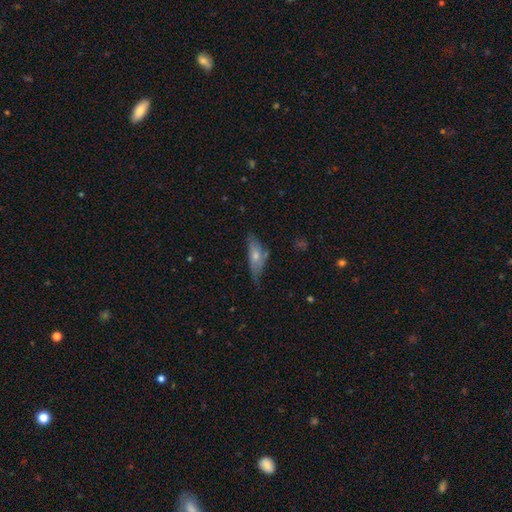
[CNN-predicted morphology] Smooth or featured? smooth (49%)
Merging? none (53%)